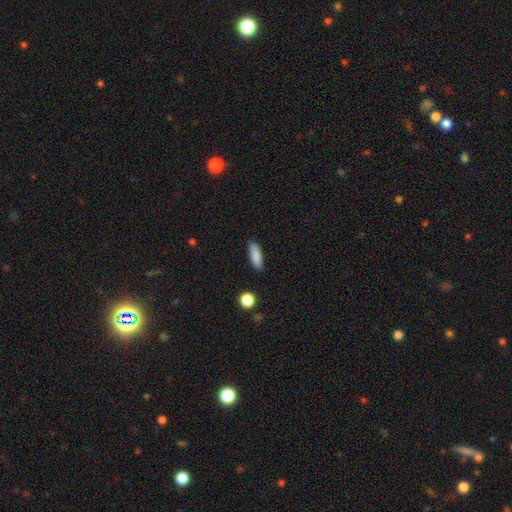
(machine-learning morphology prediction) This is clearly a smooth galaxy (87%). How rounded: possibly in between (50%). Merging: clearly none (86%).